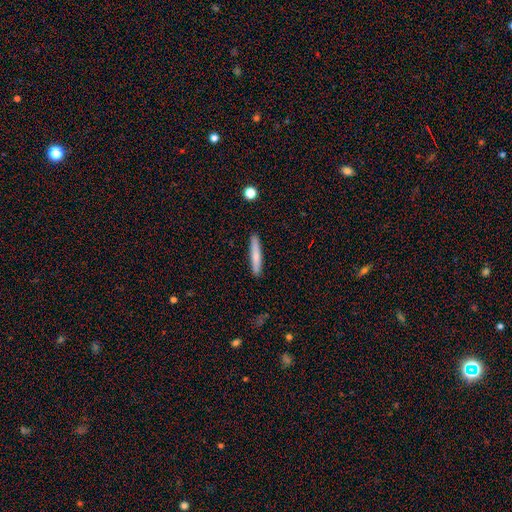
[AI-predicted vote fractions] smooth-or-featured: smooth: 72% | featured or disk: 22% | star or artifact: 6%
  how-rounded: cigar-shaped: 93% | in between: 5% | round: 1%
  merging: none: 90% | minor disturbance: 7% | major disturbance: 2% | merger: 1%